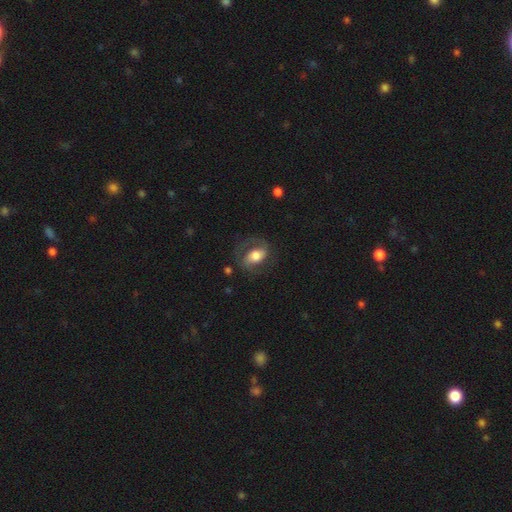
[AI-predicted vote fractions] smooth_or_featured: featured or disk (p=0.63) [alt: smooth p=0.30]
disk_edge_on: no (p=0.96) [alt: yes p=0.04]
bar: weak (p=0.36) [tied with: no p=0.36]
has_spiral_arms: yes (p=0.84) [alt: no p=0.16]
spiral_winding: medium (p=0.50) [alt: loose p=0.29]
spiral_arm_count: 2 (p=0.85) [alt: 1 p=0.06]
bulge_size: moderate (p=0.49) [alt: large p=0.36]
merging: none (p=0.65) [alt: minor disturbance p=0.18]